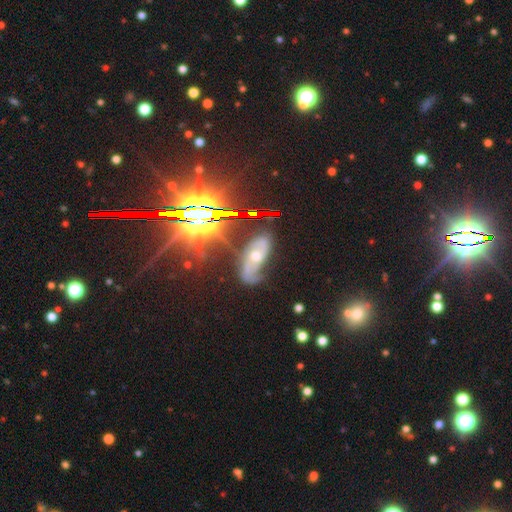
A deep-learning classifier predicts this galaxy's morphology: Overall: featured or disk (64%). Edge-on disk: no (89%). Bar: no (61%; weak 28%). Spiral arms: yes (87%). Bulge size: moderate (64%; small 28%). Merging: none (59%; minor disturbance 22%).